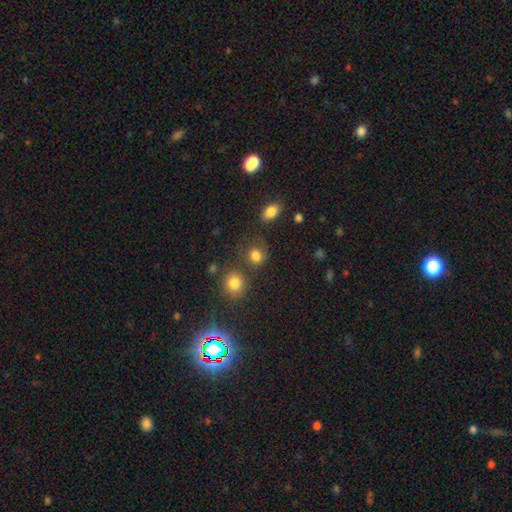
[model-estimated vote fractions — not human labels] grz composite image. It shows a smooth galaxy with no disk features (81%) that is round (70%). Merging: none (62%).